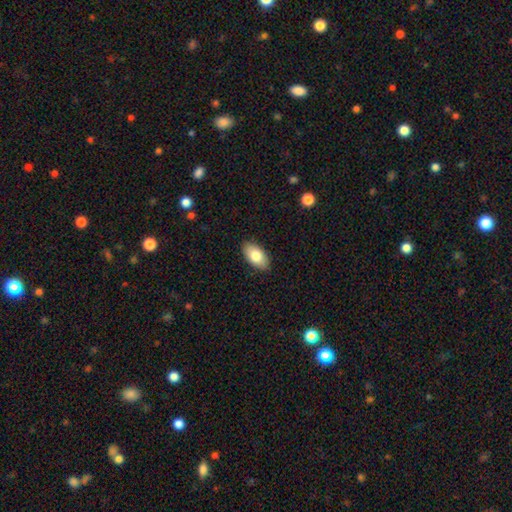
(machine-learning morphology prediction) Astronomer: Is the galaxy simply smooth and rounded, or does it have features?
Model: smooth — 81%.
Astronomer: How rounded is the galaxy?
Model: in between — 94%.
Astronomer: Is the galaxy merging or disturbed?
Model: none — 88%.